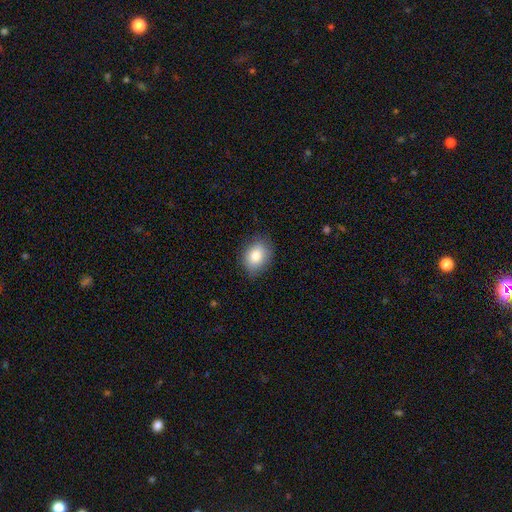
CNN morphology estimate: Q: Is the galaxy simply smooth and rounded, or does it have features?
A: smooth — 83%.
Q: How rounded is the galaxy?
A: in between — 69%.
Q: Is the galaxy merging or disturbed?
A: none — 80%.